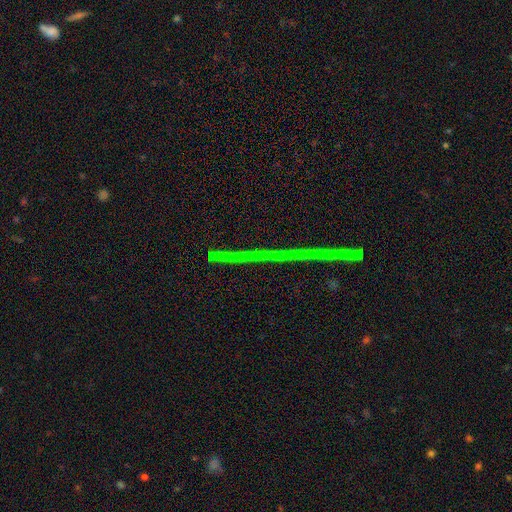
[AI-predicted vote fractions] This is likely a star or artifact rather than a galaxy (79%).